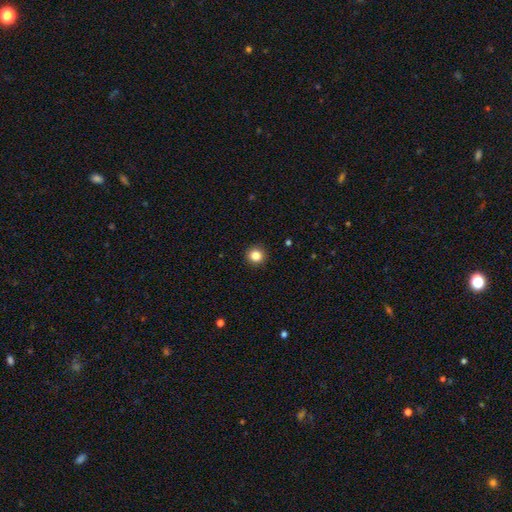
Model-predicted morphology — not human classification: Smooth or featured? Predicted: smooth (p=0.85). How rounded? Predicted: round (p=0.94). Merging? Predicted: none (p=0.93).